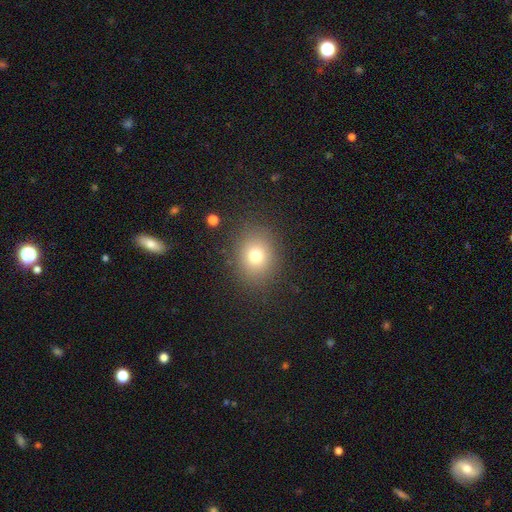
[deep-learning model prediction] Smooth or featured: smooth — 74% (star or artifact — 15%)
How rounded: round — 61% (in between — 38%)
Merging: none — 85% (minor disturbance — 9%)